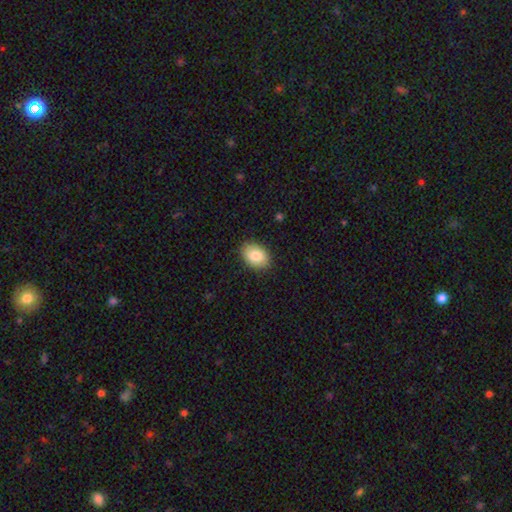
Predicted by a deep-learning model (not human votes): Smooth or featured?
  - smooth: 84% *
  - featured or disk: 9%
  - star or artifact: 7%
How rounded?
  - in between: 82% *
  - round: 17%
  - cigar-shaped: 1%
Merging?
  - none: 87% *
  - minor disturbance: 10%
  - major disturbance: 2%
  - merger: 1%